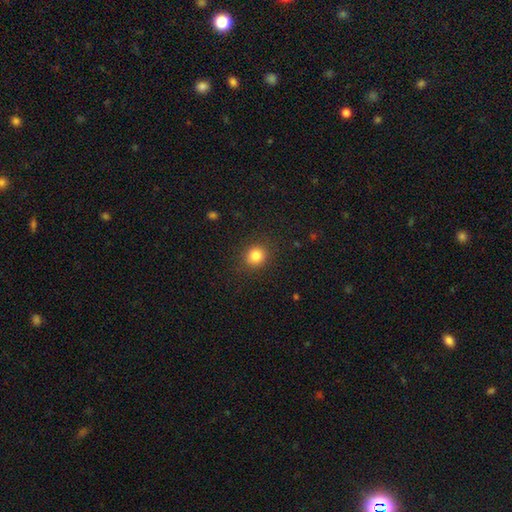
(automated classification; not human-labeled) Smooth or featured? Predicted: smooth (p=0.83). How rounded? Predicted: round (p=0.83). Merging? Predicted: none (p=0.88).